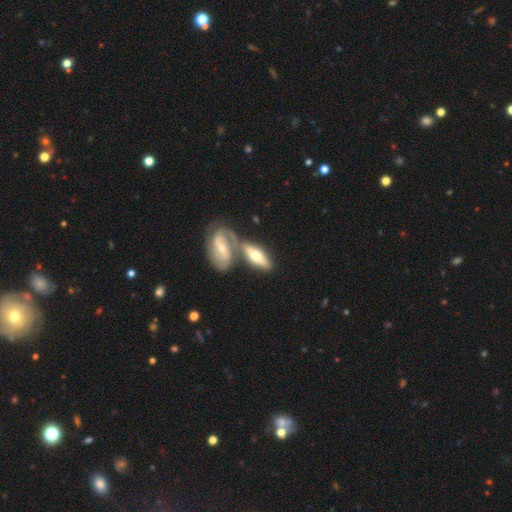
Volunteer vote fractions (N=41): Q: Smooth or featured?
A: featured or disk (54%); runner-up: smooth (44%)
Q: Edge-on disk?
A: no (68%); runner-up: yes (32%)
Q: Bar?
A: no (53%); runner-up: weak (33%)
Q: Spiral arms?
A: yes (60%); runner-up: no (40%)
Q: Spiral winding?
A: medium (67%); runner-up: loose (22%)
Q: Spiral arm count?
A: 2 (89%); runner-up: 3 (11%)
Q: Bulge size?
A: moderate (53%); runner-up: small (27%)
Q: Merging?
A: merger (68%); runner-up: none (20%)